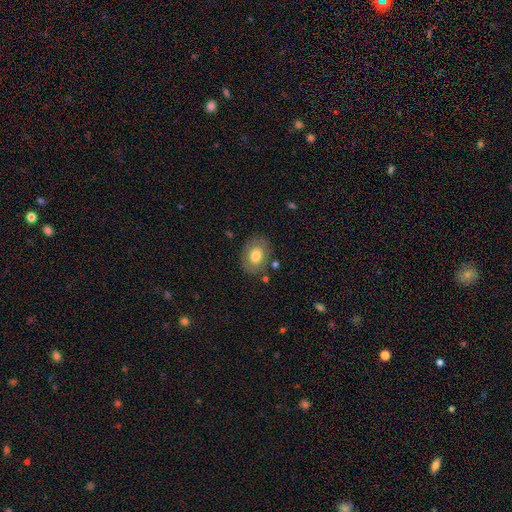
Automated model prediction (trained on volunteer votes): Smooth or featured? Predicted: smooth (p=0.75). How rounded? Predicted: in between (p=0.68). Merging? Predicted: none (p=0.80).